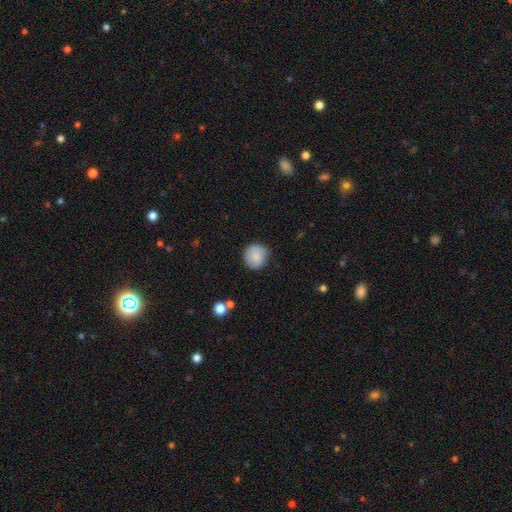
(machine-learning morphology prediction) A smooth galaxy with no disk features (79%) that is round (90%).

Vote fractions:
- Smooth or featured? smooth: 79% / featured or disk: 14% / star or artifact: 7%
- How rounded? round: 90% / in between: 9% / cigar-shaped: 1%
- Merging? none: 78% / minor disturbance: 17% / major disturbance: 3% / merger: 2%